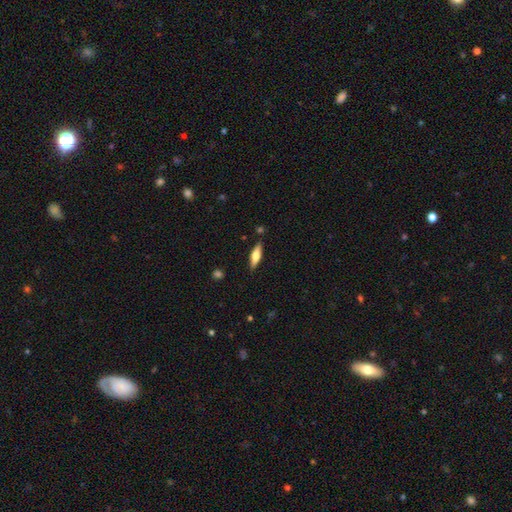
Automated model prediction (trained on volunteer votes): smooth 55%, featured or disk 39%, star or artifact 6%. Down the decision tree: how rounded — cigar-shaped (52%); merging — none (86%).